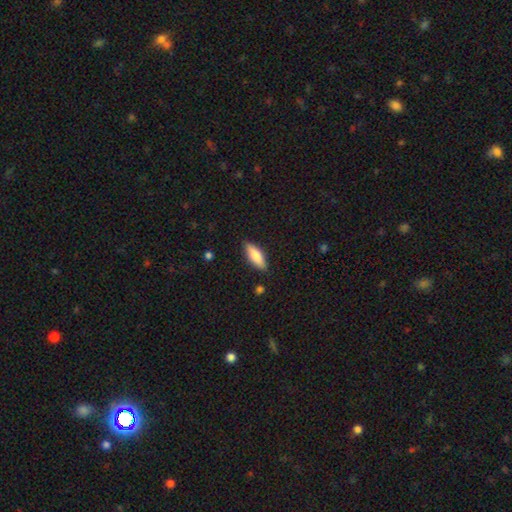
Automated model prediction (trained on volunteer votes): The model was most divided on "how rounded": in between: 58%, cigar-shaped: 41%, round: 2%. More confident: merging — none (86%); smooth or featured — smooth (75%).